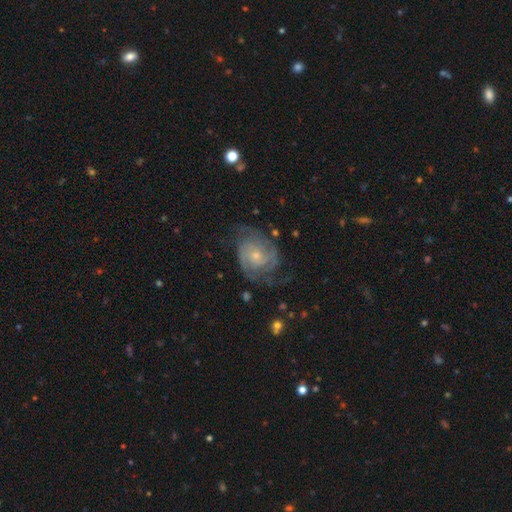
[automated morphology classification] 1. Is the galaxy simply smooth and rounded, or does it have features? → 85% featured or disk, 9% smooth, 6% star or artifact.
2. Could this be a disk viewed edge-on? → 98% no, 2% yes.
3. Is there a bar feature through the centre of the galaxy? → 73% no, 23% weak, 4% strong.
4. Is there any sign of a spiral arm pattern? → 95% yes, 5% no.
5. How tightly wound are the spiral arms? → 48% tight, 39% medium, 12% loose.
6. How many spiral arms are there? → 46% 2, 19% can't tell, 19% 3, 6% 4, 5% 1, 5% more than 4.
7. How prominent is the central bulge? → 70% small, 25% moderate, 2% none, 2% large, 1% dominant.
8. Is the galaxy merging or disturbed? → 63% none, 21% minor disturbance, 15% major disturbance, 2% merger.